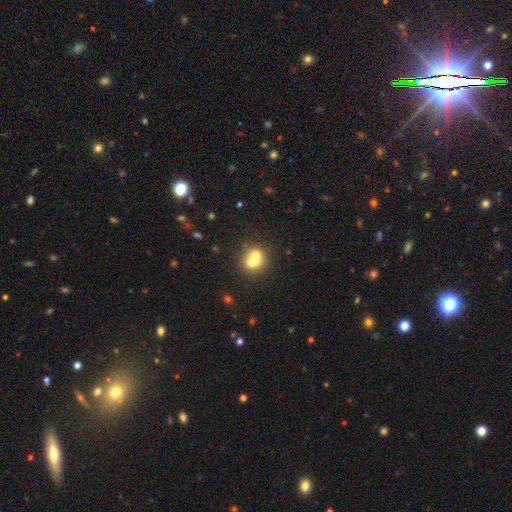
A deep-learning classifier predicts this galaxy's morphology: Overall: smooth (64%; featured or disk 25%). How rounded: round (81%). Merging: merger (62%; none 30%).